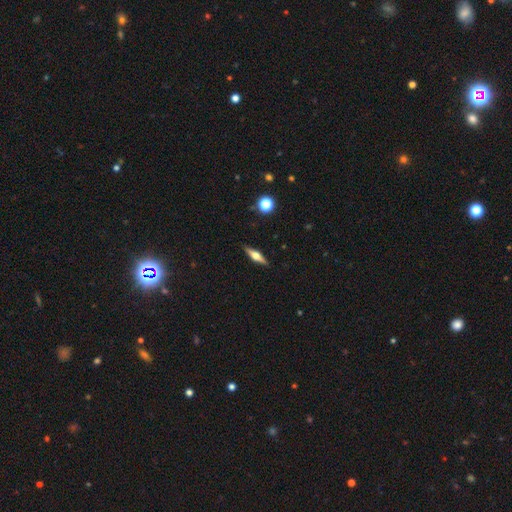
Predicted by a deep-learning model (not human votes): The model was most divided on "smooth or featured": featured or disk: 62%, smooth: 32%, star or artifact: 7%. More confident: edge-on disk — yes (96%); edge-on bulge — rounded (93%); merging — none (90%).